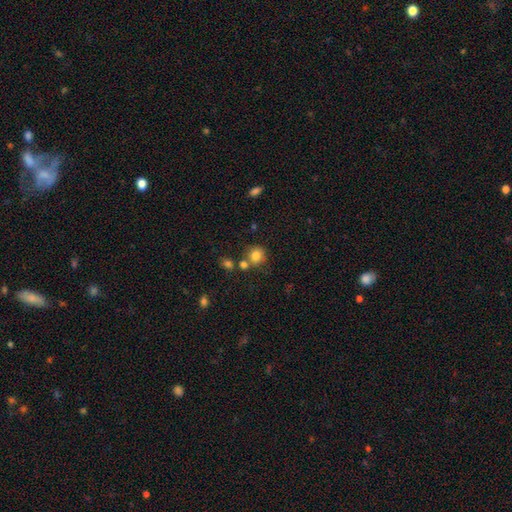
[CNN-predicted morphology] Smooth or featured? Predicted: smooth (p=0.82). How rounded? Predicted: round (p=0.86). Merging? Predicted: none (p=0.67).